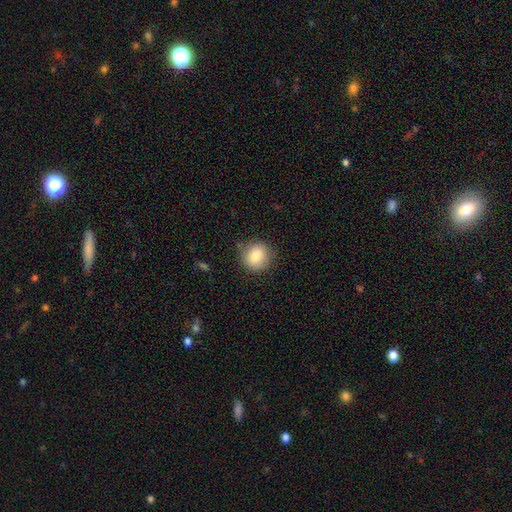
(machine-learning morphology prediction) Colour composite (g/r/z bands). It shows a smooth galaxy with no disk features (83%) that is round (87%). Merging: none (83%).